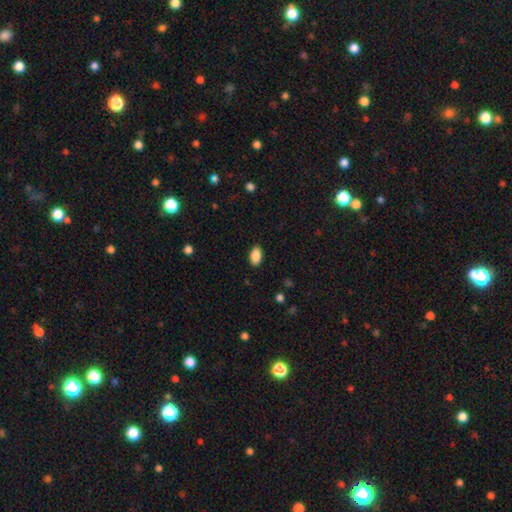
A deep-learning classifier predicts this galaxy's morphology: A smooth galaxy with no disk features (89%) that is in between round and cigar-shaped (93%). Merging: none (88%).